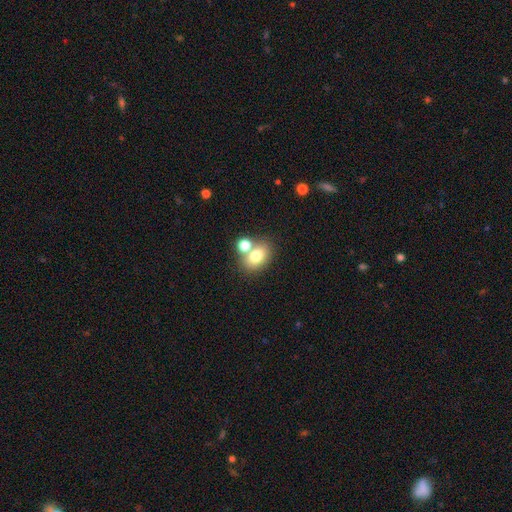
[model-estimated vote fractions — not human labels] Smooth or featured? smooth (76%)
How rounded? in between (62%)
Merging? none (53%)